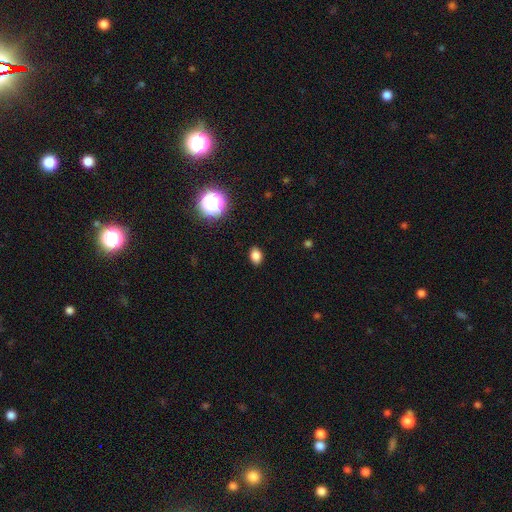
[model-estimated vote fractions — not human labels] Smooth or featured: smooth — 82% (star or artifact — 14%)
How rounded: in between — 73% (round — 26%)
Merging: none — 88% (minor disturbance — 9%)